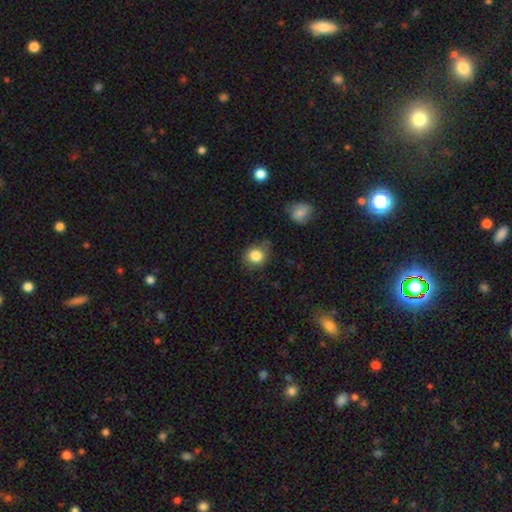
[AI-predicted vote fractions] Q: Smooth or featured?
A: smooth (83%); runner-up: star or artifact (9%)
Q: How rounded?
A: round (72%); runner-up: in between (27%)
Q: Merging?
A: none (71%); runner-up: minor disturbance (22%)